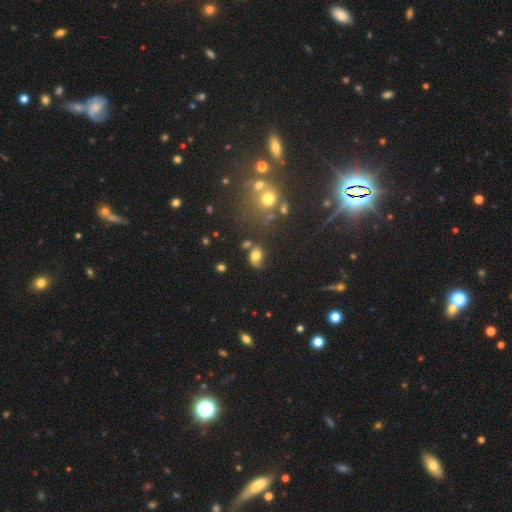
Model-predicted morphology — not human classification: type=smooth (69%); roundness=in between (70%); merging=none (59%).